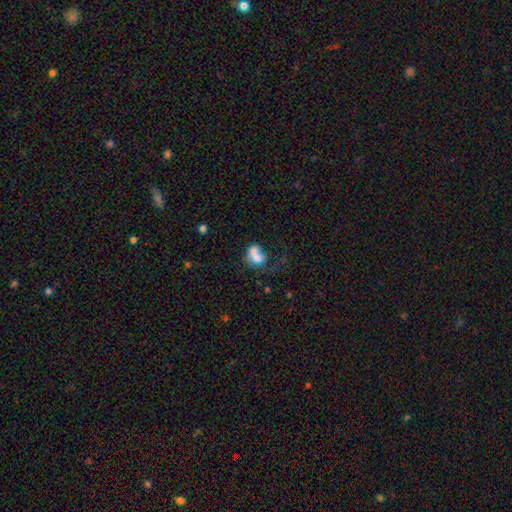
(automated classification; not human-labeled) This appears to be a smooth galaxy with no disk features (65%) that is in between round and cigar-shaped (57%). Merging: merger (57%).